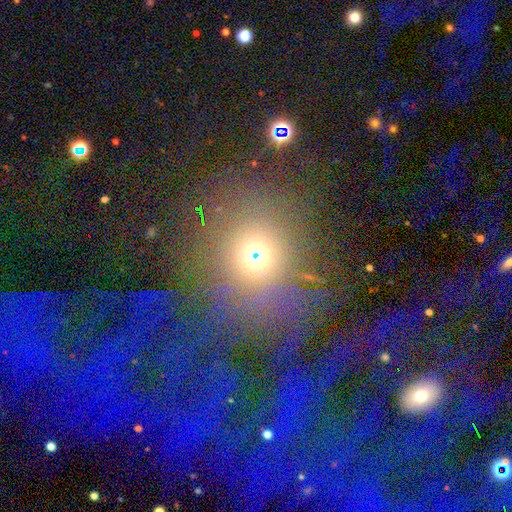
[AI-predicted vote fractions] smooth_or_featured: smooth (p=0.60) [alt: star or artifact p=0.29]
how_rounded: round (p=0.77) [alt: in between p=0.21]
merging: none (p=0.71) [alt: minor disturbance p=0.12]